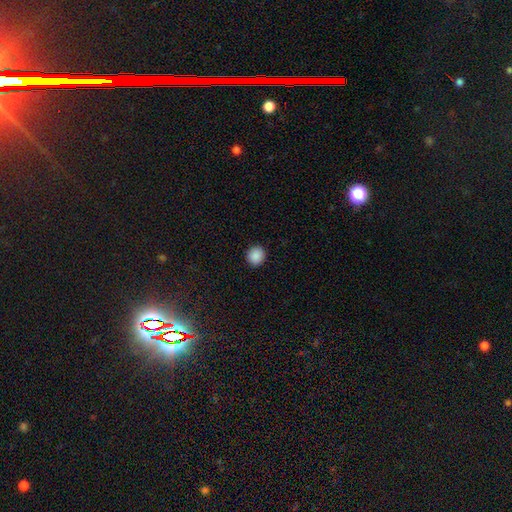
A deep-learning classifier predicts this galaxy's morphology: Overall: smooth (89%). How rounded: round (89%). Merging: none (92%).